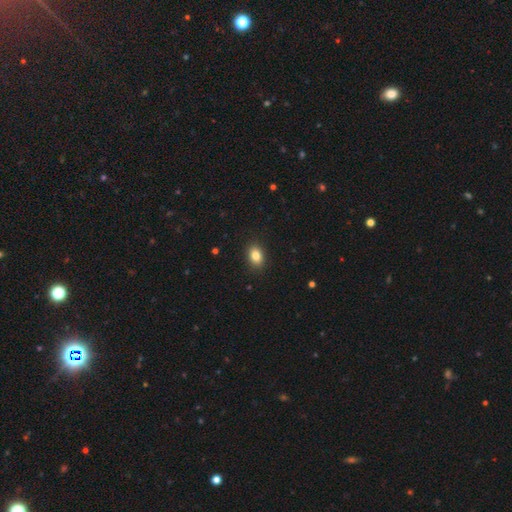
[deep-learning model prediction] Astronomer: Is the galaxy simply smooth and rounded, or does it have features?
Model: smooth — 84%.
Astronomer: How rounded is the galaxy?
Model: in between — 77%.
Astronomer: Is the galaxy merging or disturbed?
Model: none — 89%.